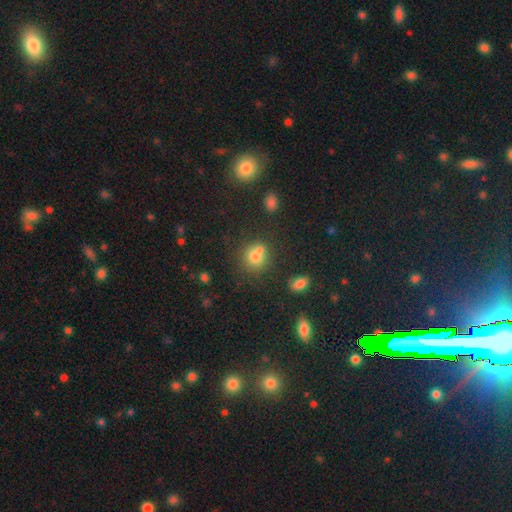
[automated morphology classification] Smooth or featured? Predicted: smooth (p=0.73). How rounded? Predicted: round (p=0.76). Merging? Predicted: none (p=0.44).